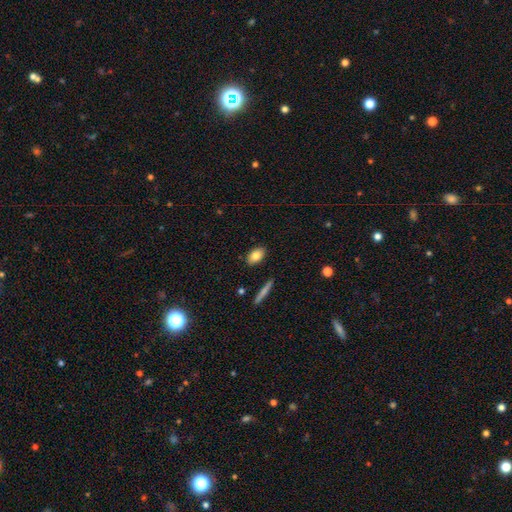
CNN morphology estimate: type=smooth (81%); roundness=in between (89%); merging=none (87%).